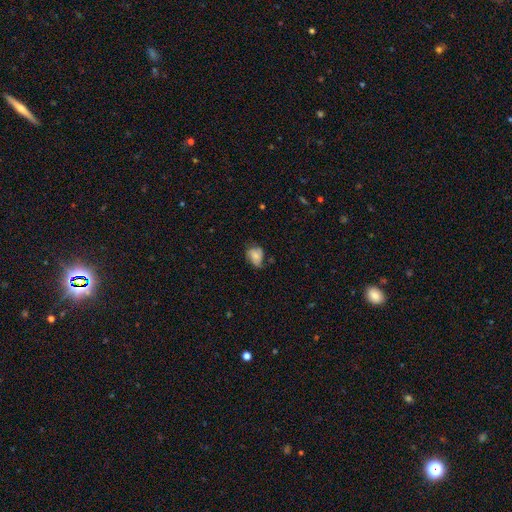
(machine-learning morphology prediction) A smooth galaxy with no disk features (65%) that is in between round and cigar-shaped (66%). Merging: none (43%).